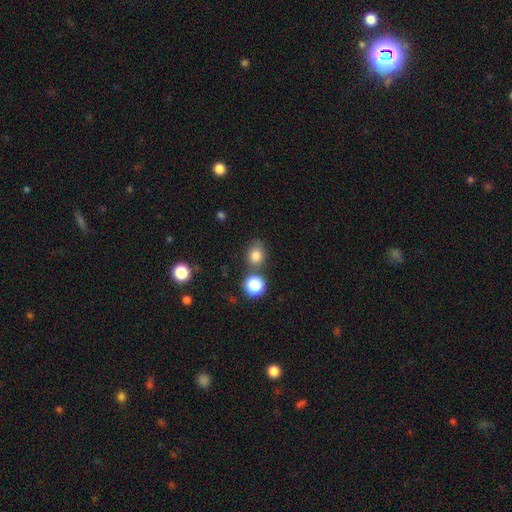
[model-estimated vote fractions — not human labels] Overall: smooth (80%). How rounded: round (65%; in between 34%). Merging: none (68%).